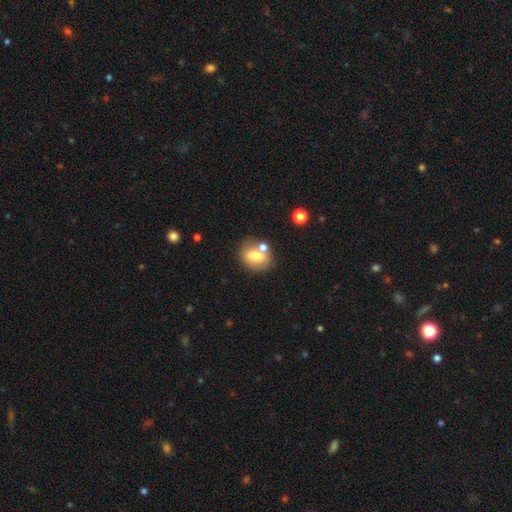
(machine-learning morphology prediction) A smooth galaxy with no disk features (68%) that is in between round and cigar-shaped (52%).

Vote fractions:
- Smooth or featured? smooth: 68% / featured or disk: 22% / star or artifact: 10%
- How rounded? in between: 52% / round: 46% / cigar-shaped: 1%
- Merging? none: 60% / merger: 23% / minor disturbance: 13% / major disturbance: 4%